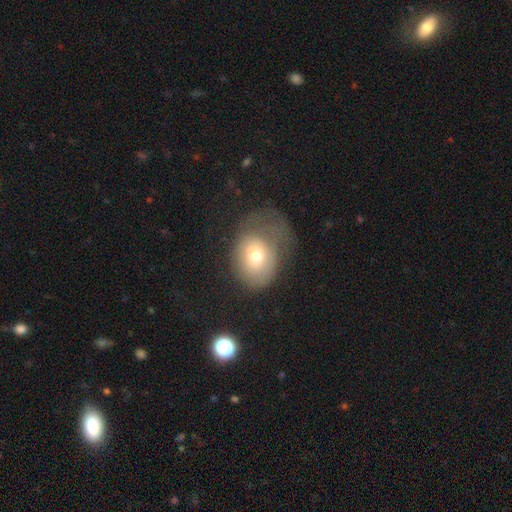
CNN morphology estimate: Smooth or featured? smooth (61%)
How rounded? in between (61%)
Merging? major disturbance (43%)